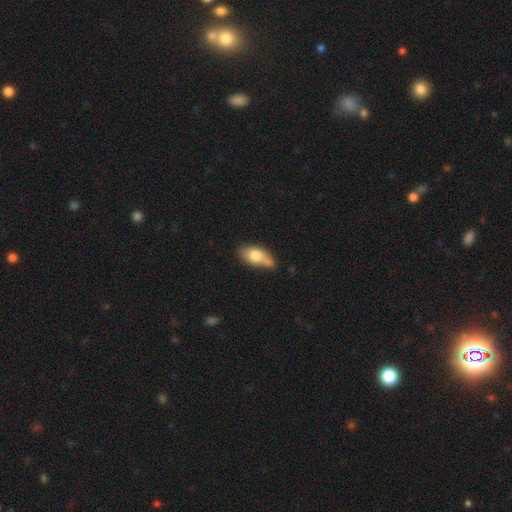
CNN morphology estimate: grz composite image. It shows a smooth galaxy with no disk features (74%) that is in between round and cigar-shaped (85%). Merging: none (42%).